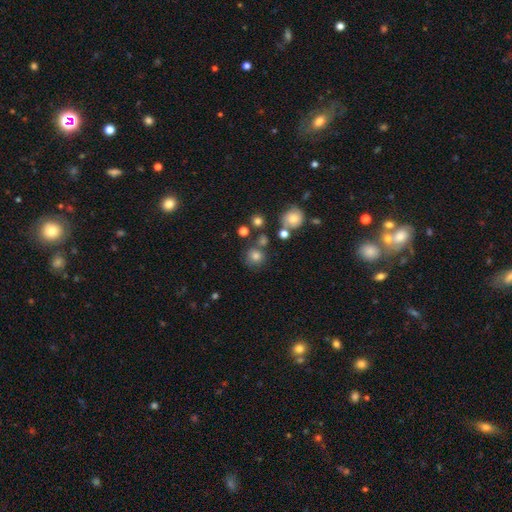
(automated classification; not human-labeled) smooth_or_featured: smooth (p=0.77) [alt: star or artifact p=0.15]
how_rounded: round (p=0.88) [alt: in between p=0.11]
merging: none (p=0.71) [alt: minor disturbance p=0.12]